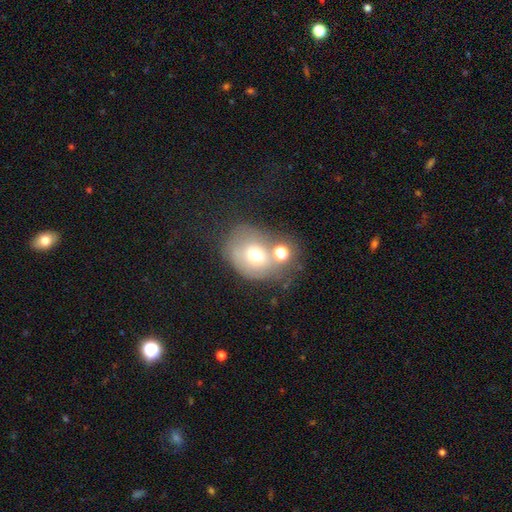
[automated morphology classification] Smooth or featured?
  - smooth: 62% *
  - featured or disk: 25%
  - star or artifact: 14%
How rounded?
  - round: 57% *
  - in between: 42%
  - cigar-shaped: 1%
Merging?
  - none: 38% *
  - merger: 30%
  - minor disturbance: 19%
  - major disturbance: 14%